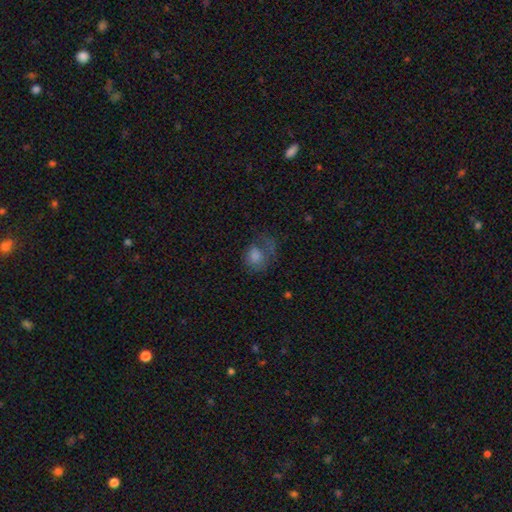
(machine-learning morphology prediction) Smooth or featured? smooth (60%)
How rounded? round (58%)
Merging? major disturbance (38%)